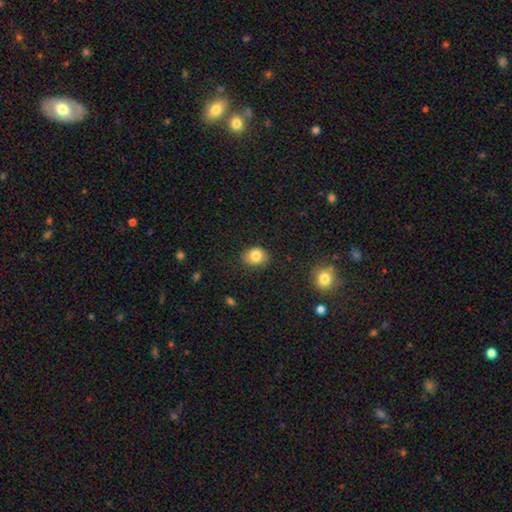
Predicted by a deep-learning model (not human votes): smooth_or_featured: smooth (p=0.82) [alt: star or artifact p=0.09]
how_rounded: in between (p=0.52) [alt: round p=0.47]
merging: none (p=0.81) [alt: minor disturbance p=0.15]